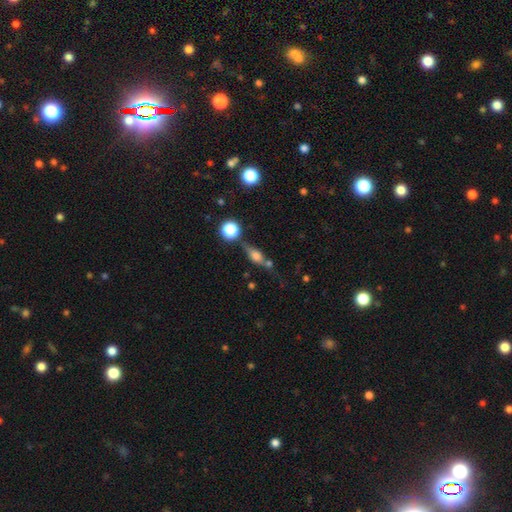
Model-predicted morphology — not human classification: A featured or disk galaxy (45%).

Vote fractions:
- Smooth or featured? featured or disk: 45% / smooth: 42% / star or artifact: 13%
- Merging? none: 59% / minor disturbance: 19% / merger: 15% / major disturbance: 8%